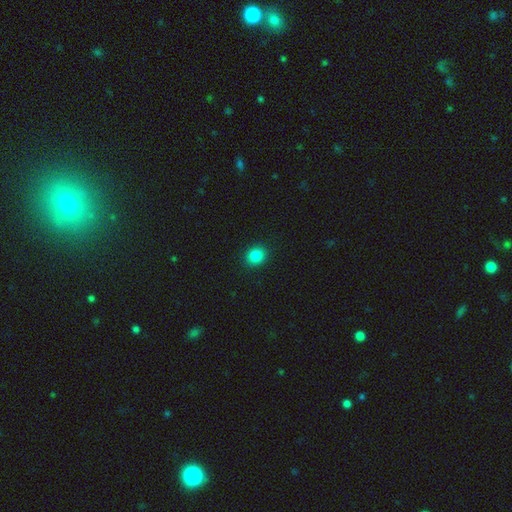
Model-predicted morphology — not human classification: Smooth or featured?
  - smooth: 85% *
  - star or artifact: 11%
  - featured or disk: 4%
How rounded?
  - round: 76% *
  - in between: 23%
  - cigar-shaped: 1%
Merging?
  - none: 91% *
  - minor disturbance: 6%
  - major disturbance: 2%
  - merger: 1%